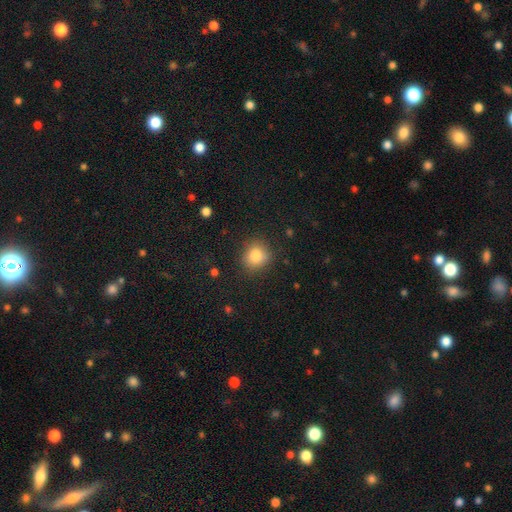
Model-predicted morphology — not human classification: Smooth or featured? Predicted: smooth (p=0.83). How rounded? Predicted: round (p=0.82). Merging? Predicted: none (p=0.84).